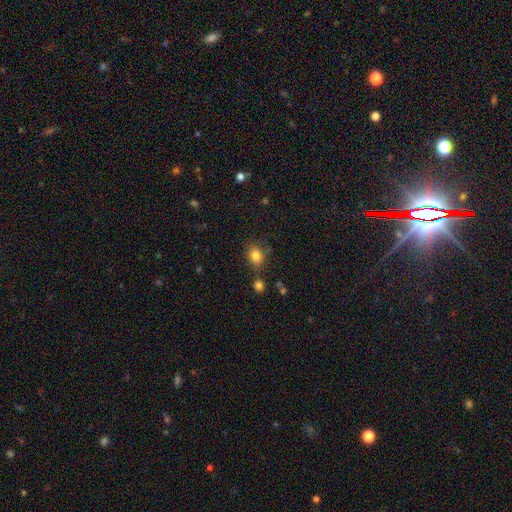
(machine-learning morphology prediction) Smooth or featured? Predicted: smooth (p=0.82). How rounded? Predicted: in between (p=0.55). Merging? Predicted: none (p=0.74).